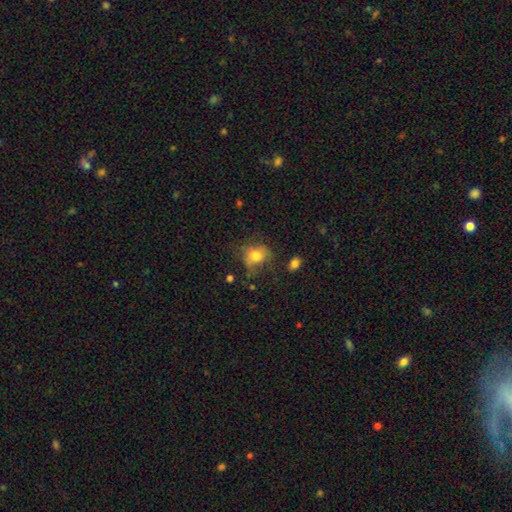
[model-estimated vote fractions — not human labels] smooth 71%, featured or disk 18%, star or artifact 11%. Down the decision tree: how rounded — round (59%); merging — none (51%).